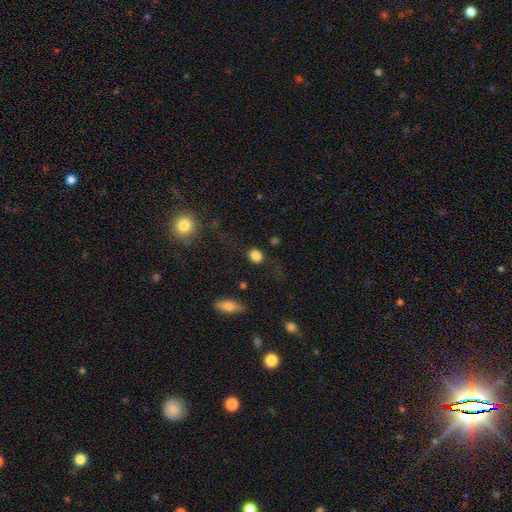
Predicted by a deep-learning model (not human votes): This is clearly a smooth galaxy (84%). How rounded: likely round (67%). Merging: likely none (77%).